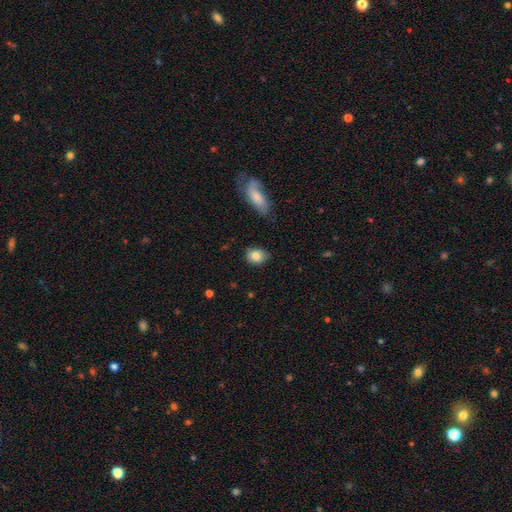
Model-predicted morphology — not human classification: smooth 83%, featured or disk 9%, star or artifact 8%. Down the decision tree: how rounded — in between (55%); merging — none (76%).